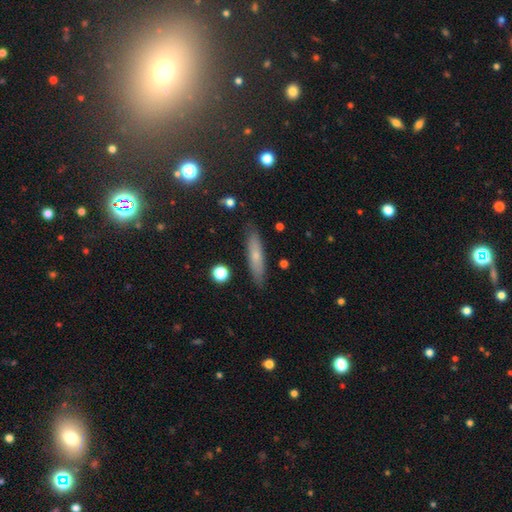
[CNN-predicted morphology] A smooth galaxy with no disk features (64%) that is cigar-shaped (81%). Merging: none (86%).